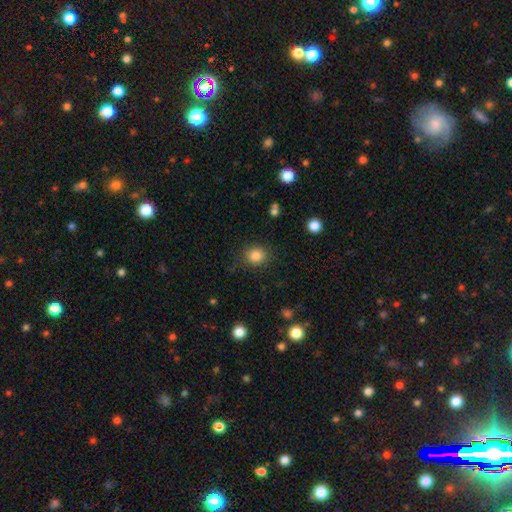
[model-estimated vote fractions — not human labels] A smooth galaxy with no disk features (84%) that is round (80%).

Vote fractions:
- Smooth or featured? smooth: 84% / star or artifact: 11% / featured or disk: 5%
- How rounded? round: 80% / in between: 19% / cigar-shaped: 1%
- Merging? none: 85% / minor disturbance: 10% / major disturbance: 4% / merger: 2%